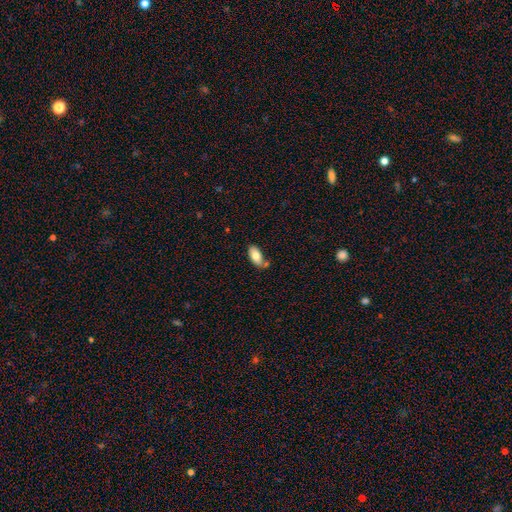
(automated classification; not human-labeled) Overall: smooth (76%). How rounded: in between (93%). Merging: none (59%; minor disturbance 21%).